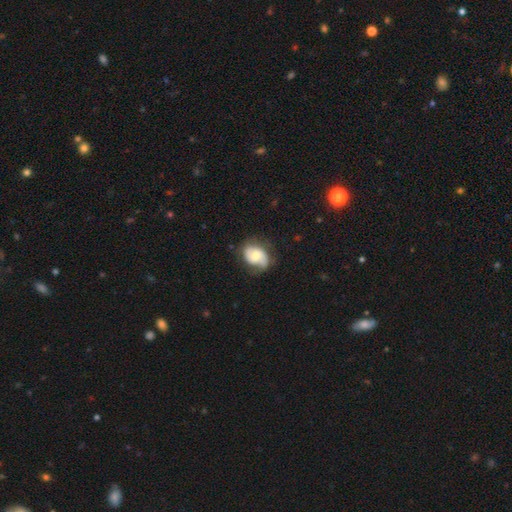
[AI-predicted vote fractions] A featured or disk galaxy (57%) with no bar (52%), spiral arms (84%) and a moderate central bulge (60%). Merging: none (63%).